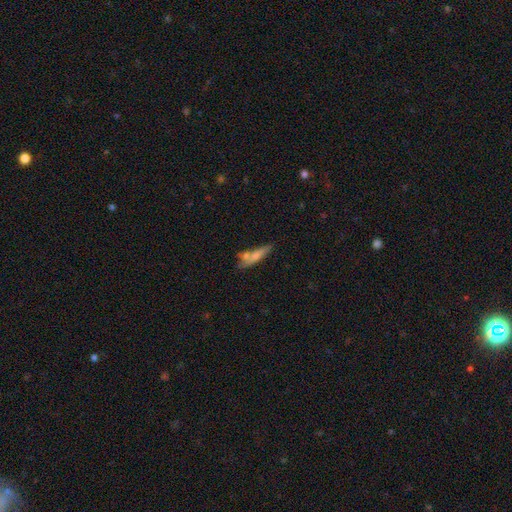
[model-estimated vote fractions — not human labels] Smooth or featured: smooth — 49% (featured or disk — 41%)
Merging: none — 62% (merger — 18%)